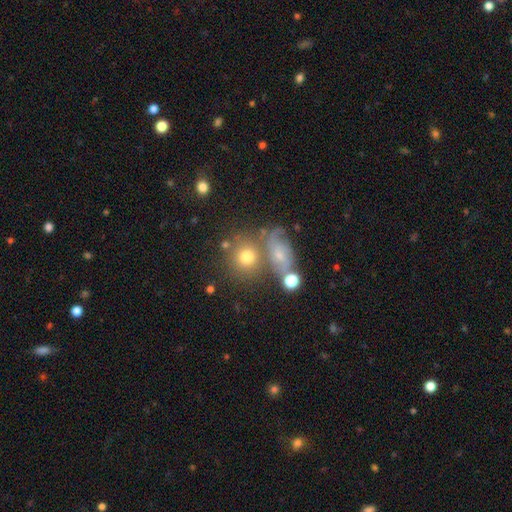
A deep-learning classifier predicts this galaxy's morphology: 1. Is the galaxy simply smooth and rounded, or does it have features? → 53% smooth, 24% star or artifact, 22% featured or disk.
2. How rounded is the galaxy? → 76% round, 21% in between, 2% cigar-shaped.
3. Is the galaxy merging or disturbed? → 44% none, 40% merger, 10% minor disturbance, 6% major disturbance.